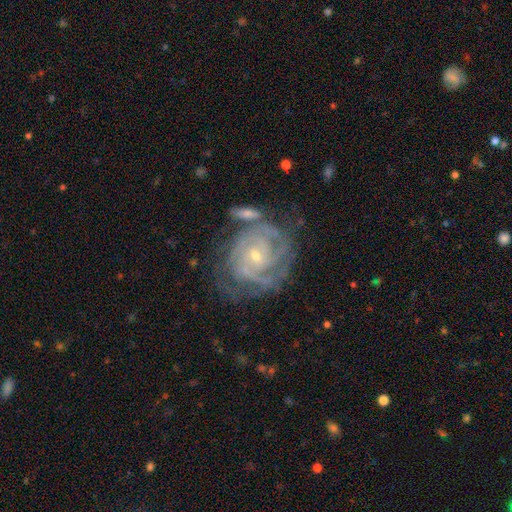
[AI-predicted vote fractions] Overall: featured or disk (87%). Edge-on disk: no (97%). Bar: no (68%). Spiral arms: yes (96%). Spiral arm count: can't tell (29%; 3 25%). Spiral winding: tight (73%). Bulge size: small (73%). Merging: none (57%; minor disturbance 21%).